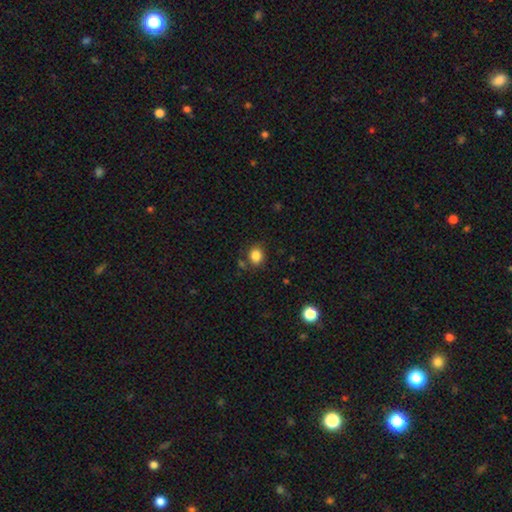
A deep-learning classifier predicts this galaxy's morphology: Q: Smooth or featured?
A: smooth (85%); runner-up: star or artifact (10%)
Q: How rounded?
A: round (66%); runner-up: in between (33%)
Q: Merging?
A: none (81%); runner-up: minor disturbance (11%)